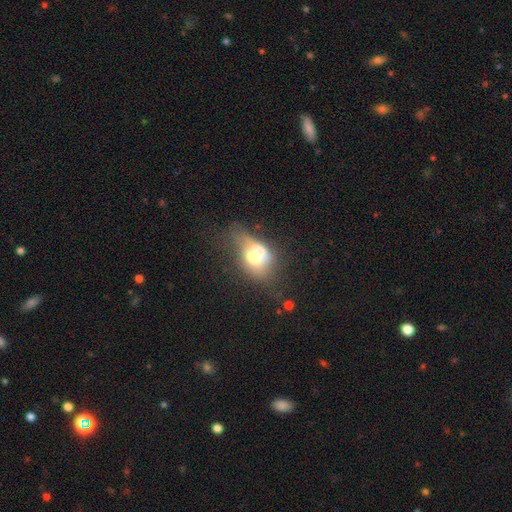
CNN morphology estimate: Overall: smooth (54%; featured or disk 36%). How rounded: in between (63%; round 34%). Merging: merger (59%).